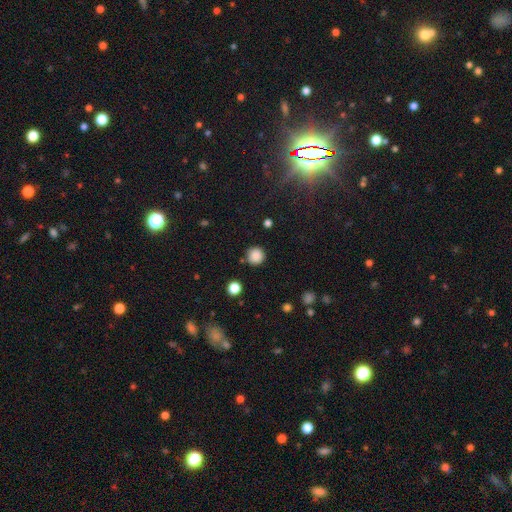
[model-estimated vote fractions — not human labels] A smooth galaxy with no disk features (86%) that is round (94%).

Vote fractions:
- Smooth or featured? smooth: 86% / star or artifact: 11% / featured or disk: 3%
- How rounded? round: 94% / in between: 5% / cigar-shaped: 1%
- Merging? none: 86% / minor disturbance: 8% / merger: 3% / major disturbance: 3%